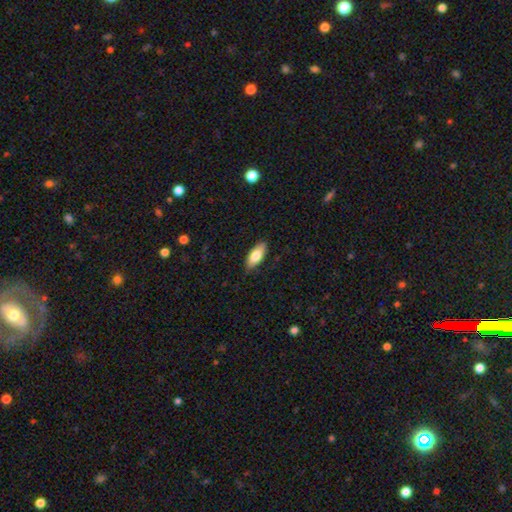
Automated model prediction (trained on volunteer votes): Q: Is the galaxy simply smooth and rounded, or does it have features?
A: smooth — 78%.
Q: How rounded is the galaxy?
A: in between — 80%.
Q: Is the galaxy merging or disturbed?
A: none — 83%.